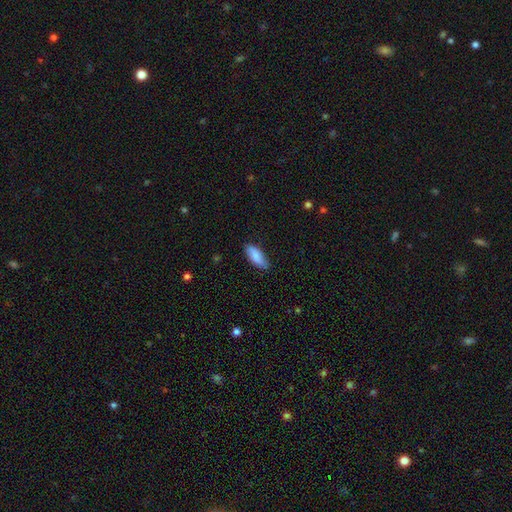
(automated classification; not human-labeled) Q: Smooth or featured?
A: smooth (85%); runner-up: featured or disk (9%)
Q: How rounded?
A: in between (80%); runner-up: cigar-shaped (19%)
Q: Merging?
A: none (82%); runner-up: minor disturbance (14%)